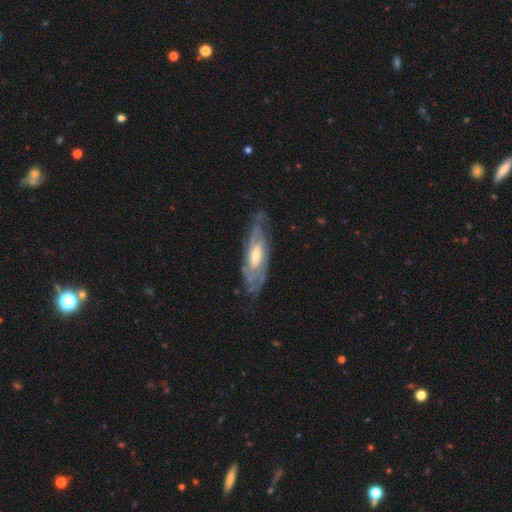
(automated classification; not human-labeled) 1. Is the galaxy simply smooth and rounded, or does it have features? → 77% featured or disk, 18% smooth, 5% star or artifact.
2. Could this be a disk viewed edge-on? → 81% no, 19% yes.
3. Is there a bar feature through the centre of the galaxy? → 49% no, 38% weak, 12% strong.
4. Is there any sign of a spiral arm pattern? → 86% yes, 14% no.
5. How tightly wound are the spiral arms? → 53% tight, 35% medium, 12% loose.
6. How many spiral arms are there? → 51% can't tell, 29% 2, 8% 3, 5% 4, 4% 1, 3% more than 4.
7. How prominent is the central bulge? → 53% moderate, 37% small, 7% large, 2% none, 1% dominant.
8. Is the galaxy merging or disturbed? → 66% none, 22% minor disturbance, 11% major disturbance, 2% merger.